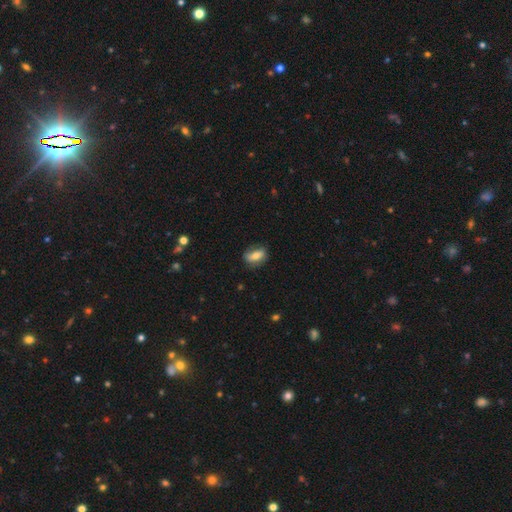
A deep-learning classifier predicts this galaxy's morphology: This appears to be a smooth galaxy with no disk features (64%) that is in between round and cigar-shaped (81%). Merging: none (73%).